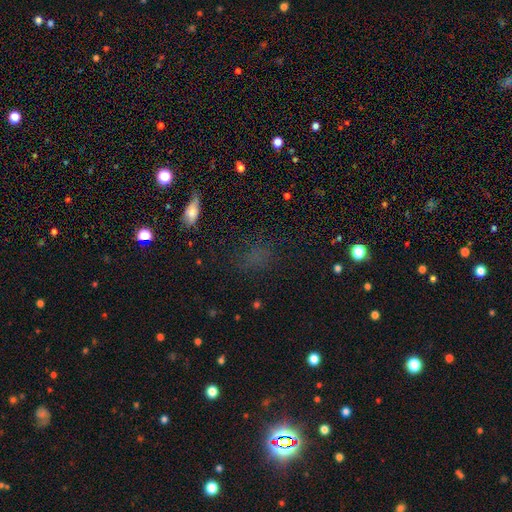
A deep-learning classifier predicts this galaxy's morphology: Smooth or featured? smooth (58%)
How rounded? in between (53%)
Merging? none (69%)